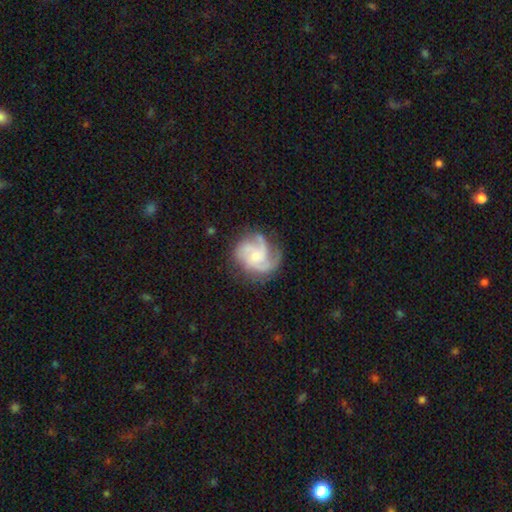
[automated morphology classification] Smooth or featured? featured or disk (85%)
Edge-on disk? no (98%)
Bar? no (72%)
Spiral arms? yes (97%)
Spiral winding? medium (48%)
Spiral arm count? 3 (58%)
Bulge size? small (59%)
Merging? none (67%)